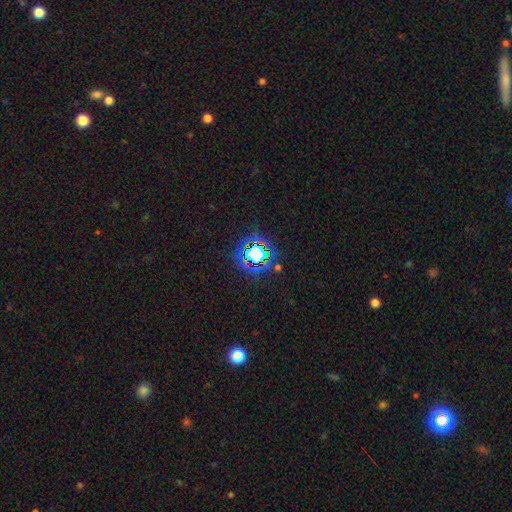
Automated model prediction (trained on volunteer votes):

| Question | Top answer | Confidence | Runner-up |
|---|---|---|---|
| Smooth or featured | star or artifact | 80% | smooth (12%) |